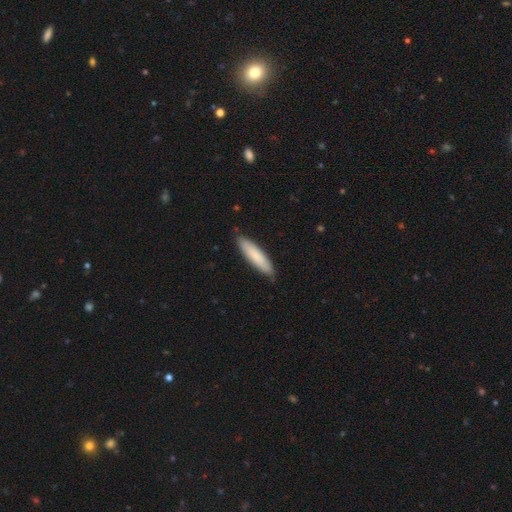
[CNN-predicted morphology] This is clearly a smooth galaxy (82%). How rounded: likely cigar-shaped (74%). Merging: clearly none (87%).